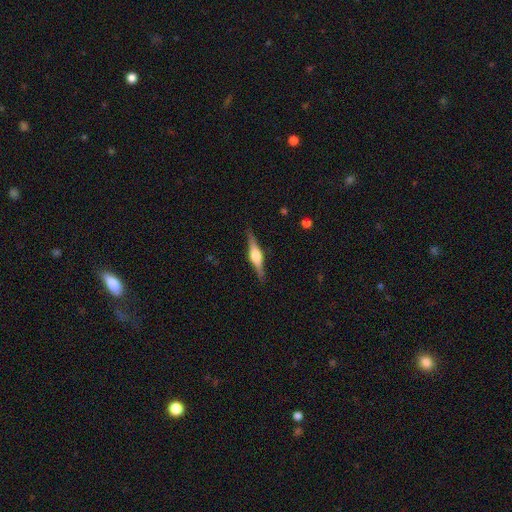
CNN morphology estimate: smooth-or-featured: featured or disk: 78% | smooth: 16% | star or artifact: 6%
  disk-edge-on: yes: 98% | no: 2%
    edge-on-bulge: rounded: 89% | boxy: 9% | none: 2%
  merging: none: 89% | minor disturbance: 8% | major disturbance: 2% | merger: 1%